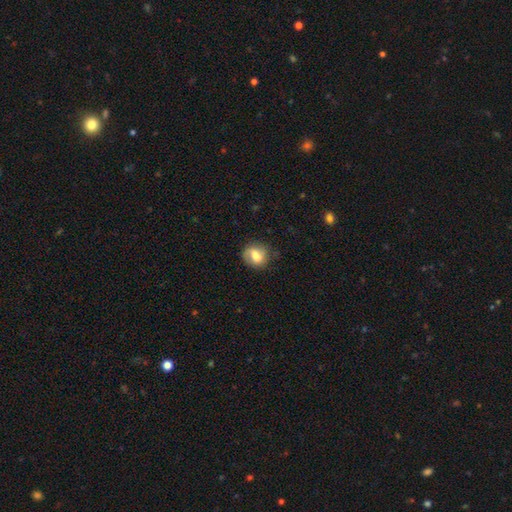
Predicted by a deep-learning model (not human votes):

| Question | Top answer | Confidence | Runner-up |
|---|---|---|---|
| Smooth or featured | smooth | 67% | featured or disk (24%) |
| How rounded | round | 73% | in between (26%) |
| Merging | none | 72% | minor disturbance (20%) |